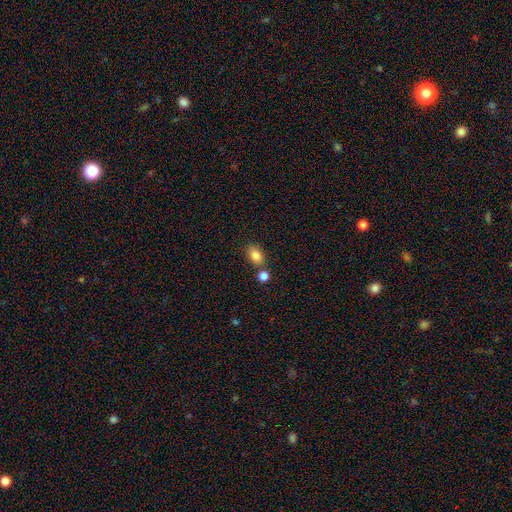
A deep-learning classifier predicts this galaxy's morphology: The model was most divided on "merging": none: 67%, merger: 17%, minor disturbance: 13%, major disturbance: 3%. More confident: smooth or featured — smooth (83%); how rounded — in between (78%).